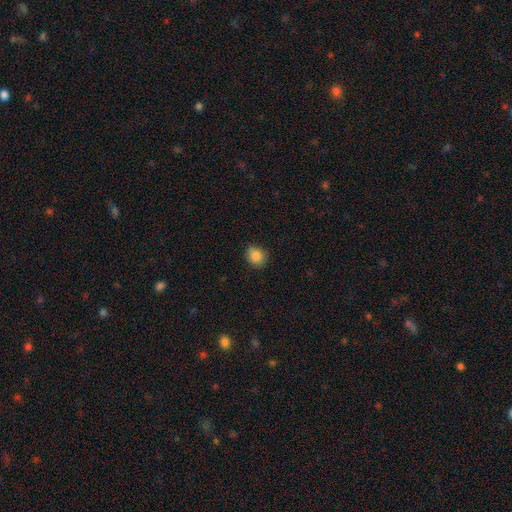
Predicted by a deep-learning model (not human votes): A smooth galaxy with no disk features (86%) that is round (77%). Merging: none (78%).